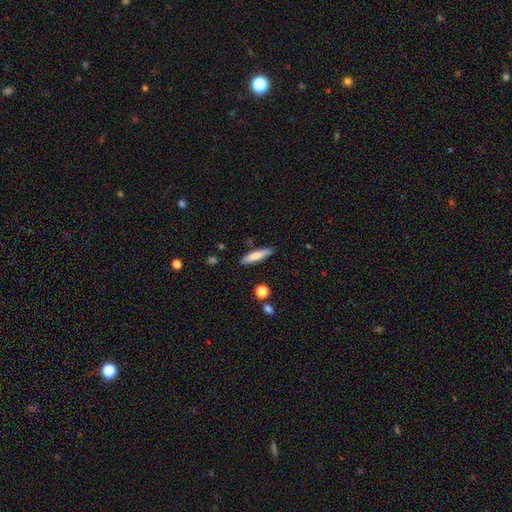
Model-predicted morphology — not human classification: Overall: smooth (75%). How rounded: cigar-shaped (82%). Merging: none (87%).